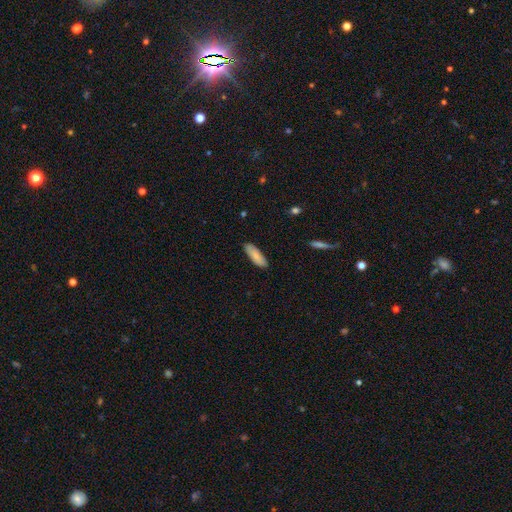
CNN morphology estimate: type=smooth (85%); roundness=in between (57%); merging=none (86%).